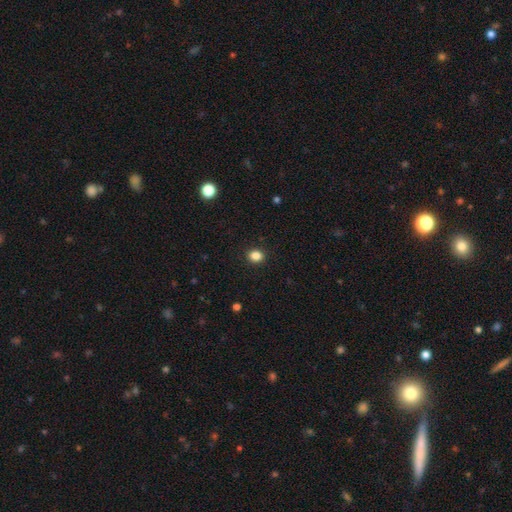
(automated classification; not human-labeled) smooth 85%, star or artifact 11%, featured or disk 4%. Down the decision tree: how rounded — round (69%); merging — none (91%).